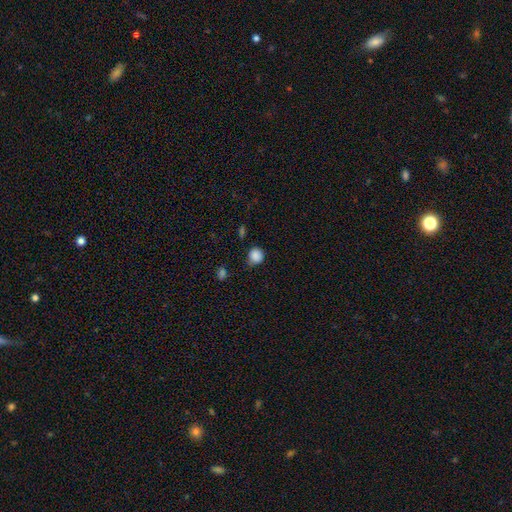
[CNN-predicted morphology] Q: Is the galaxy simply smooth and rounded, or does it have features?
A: smooth — 86%.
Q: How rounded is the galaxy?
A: round — 87%.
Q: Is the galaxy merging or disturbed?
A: none — 72%.